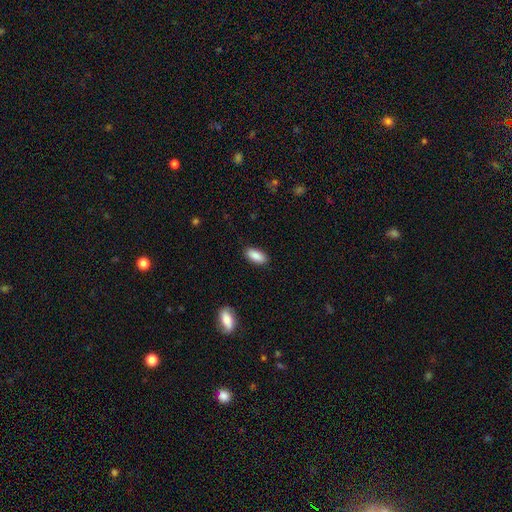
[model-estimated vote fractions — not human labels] Smooth or featured?
  - smooth: 88% *
  - star or artifact: 7%
  - featured or disk: 5%
How rounded?
  - in between: 88% *
  - cigar-shaped: 10%
  - round: 2%
Merging?
  - none: 88% *
  - minor disturbance: 9%
  - major disturbance: 2%
  - merger: 1%